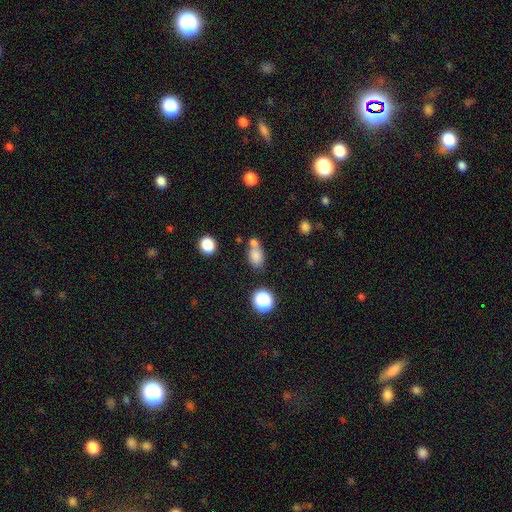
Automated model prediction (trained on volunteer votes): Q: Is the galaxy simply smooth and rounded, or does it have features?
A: smooth — 78%.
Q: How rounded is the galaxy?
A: in between — 75%.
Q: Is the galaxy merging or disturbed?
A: none — 46%.